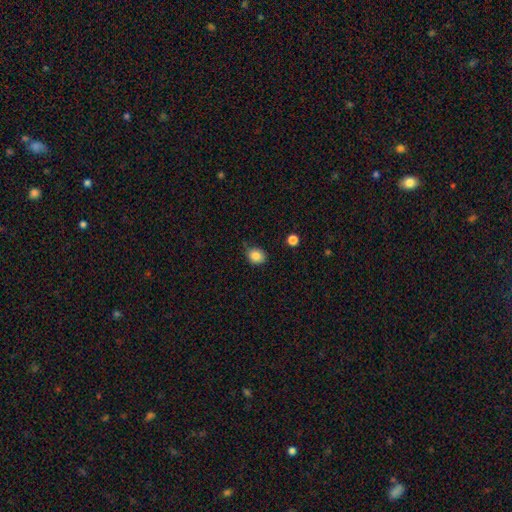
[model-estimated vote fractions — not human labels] This appears to be a smooth galaxy with no disk features (86%) that is round (71%). Merging: none (73%).